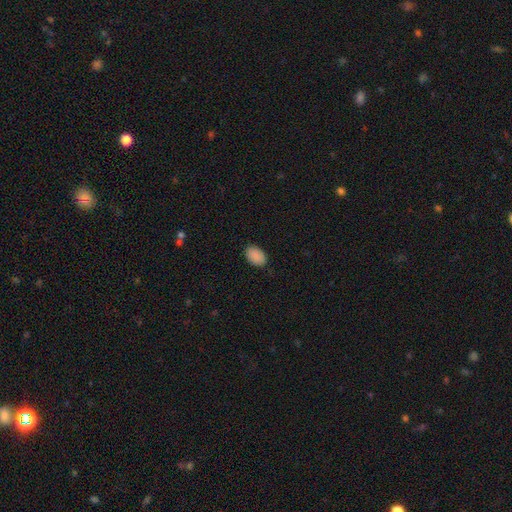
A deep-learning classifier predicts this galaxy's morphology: This appears to be a smooth galaxy with no disk features (90%) that is in between round and cigar-shaped (89%). Merging: none (87%).